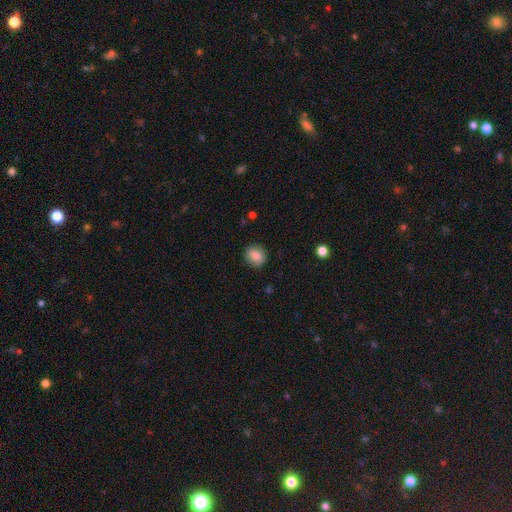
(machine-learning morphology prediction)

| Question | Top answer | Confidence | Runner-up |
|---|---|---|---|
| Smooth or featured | smooth | 83% | featured or disk (9%) |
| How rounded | round | 70% | in between (28%) |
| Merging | none | 86% | minor disturbance (10%) |